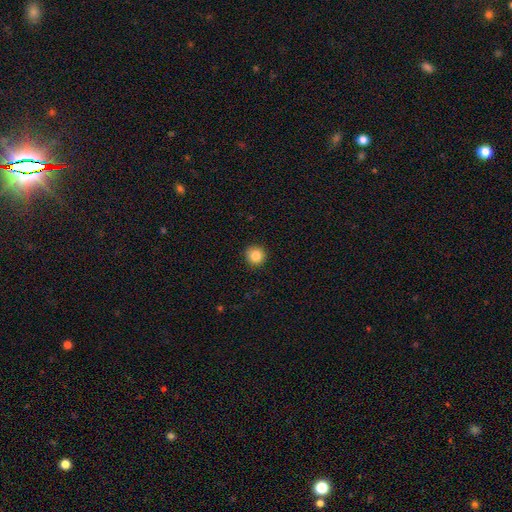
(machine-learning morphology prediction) Smooth or featured: smooth — 85% (star or artifact — 10%)
How rounded: round — 94% (in between — 5%)
Merging: none — 92% (minor disturbance — 5%)